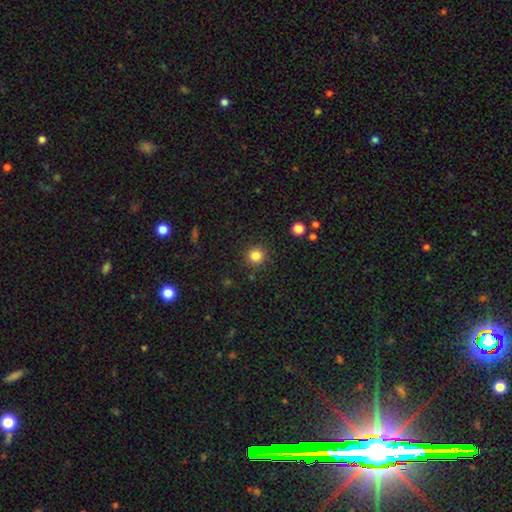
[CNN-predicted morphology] This is clearly a smooth galaxy (83%). How rounded: clearly round (94%). Merging: clearly none (90%).